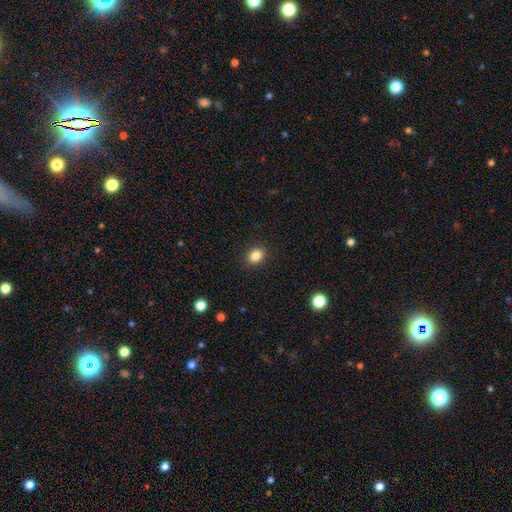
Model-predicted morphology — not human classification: A smooth galaxy with no disk features (85%) that is in between round and cigar-shaped (53%).

Vote fractions:
- Smooth or featured? smooth: 85% / star or artifact: 10% / featured or disk: 5%
- How rounded? in between: 53% / round: 46% / cigar-shaped: 1%
- Merging? none: 90% / minor disturbance: 7% / major disturbance: 2% / merger: 1%